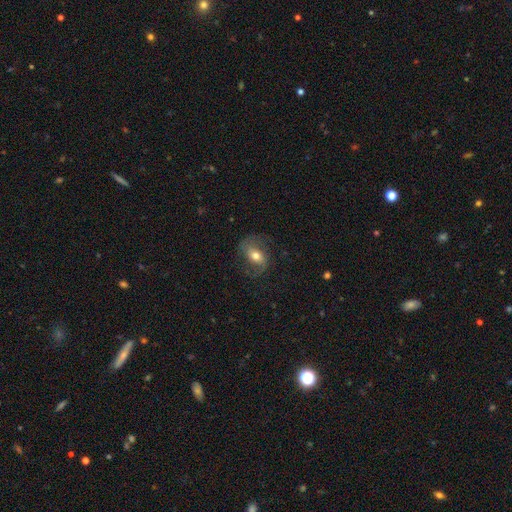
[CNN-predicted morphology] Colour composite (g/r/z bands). It shows a featured or disk galaxy (65%) with a weak bar (38%), 2 (88%) loose (44%) spiral arms (88%) and a moderate central bulge (70%). Merging: none (69%).